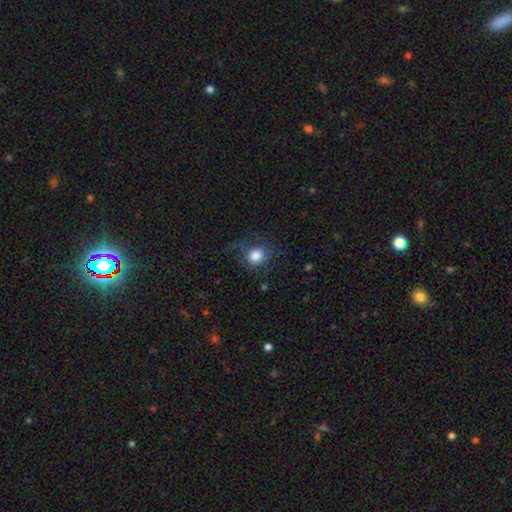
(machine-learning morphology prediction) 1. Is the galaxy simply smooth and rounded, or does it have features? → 80% smooth, 10% star or artifact, 10% featured or disk.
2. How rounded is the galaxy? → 80% round, 18% in between, 1% cigar-shaped.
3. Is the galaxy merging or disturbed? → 66% none, 19% minor disturbance, 14% major disturbance, 1% merger.